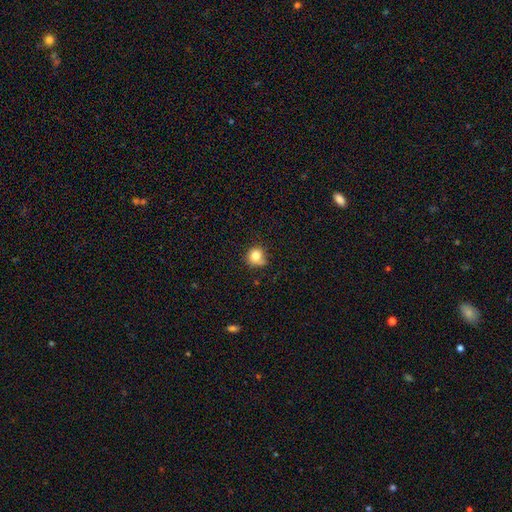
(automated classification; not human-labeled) Smooth or featured: smooth — 80% (star or artifact — 11%)
How rounded: round — 89% (in between — 10%)
Merging: none — 67% (minor disturbance — 24%)